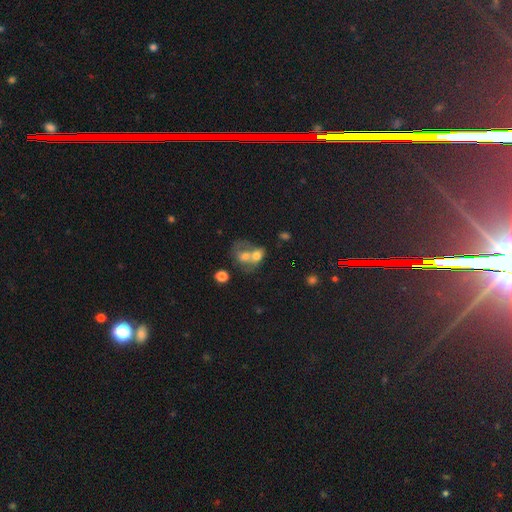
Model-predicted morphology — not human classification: type=smooth (55%); roundness=in between (53%); merging=merger (73%).